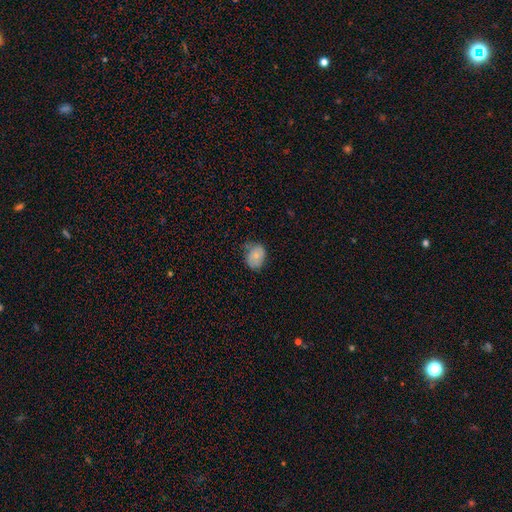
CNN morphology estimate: smooth_or_featured: smooth (p=0.70) [alt: featured or disk p=0.22]
how_rounded: in between (p=0.57) [alt: round p=0.42]
merging: none (p=0.58) [alt: minor disturbance p=0.32]